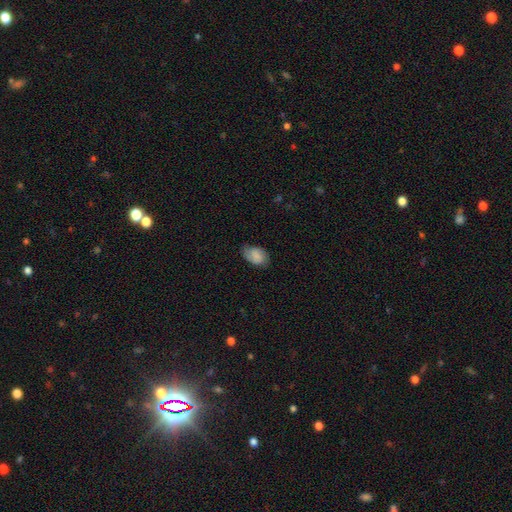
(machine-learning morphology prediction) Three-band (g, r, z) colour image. It shows a smooth galaxy with no disk features (69%) that is in between round and cigar-shaped (87%). Merging: none (67%).